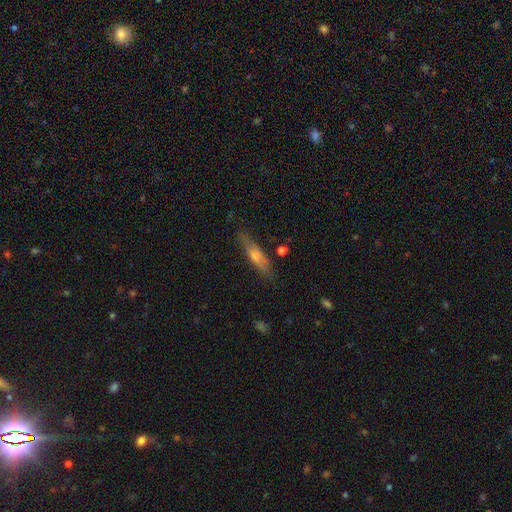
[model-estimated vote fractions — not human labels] Q: Smooth or featured?
A: smooth (60%); runner-up: featured or disk (32%)
Q: How rounded?
A: cigar-shaped (72%); runner-up: in between (26%)
Q: Merging?
A: none (76%); runner-up: minor disturbance (17%)